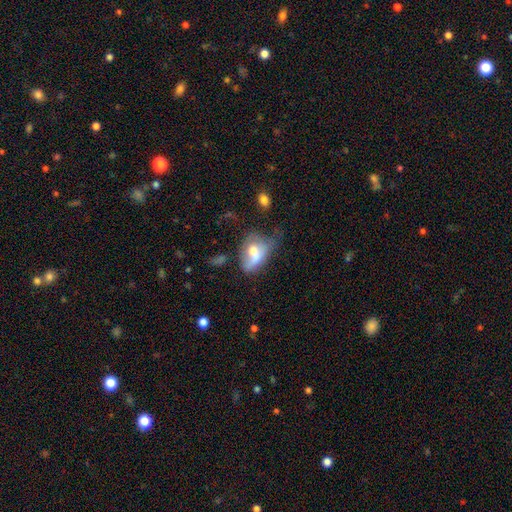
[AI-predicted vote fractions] Smooth or featured? Predicted: smooth (p=0.54). How rounded? Predicted: in between (p=0.78). Merging? Predicted: major disturbance (p=0.30).